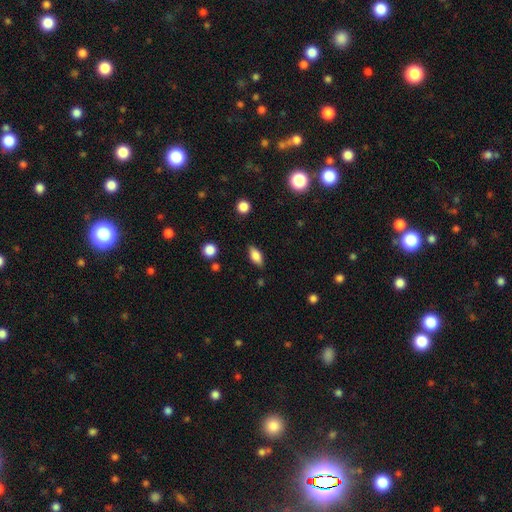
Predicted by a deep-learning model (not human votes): Overall: smooth (80%). How rounded: in between (86%). Merging: none (85%).